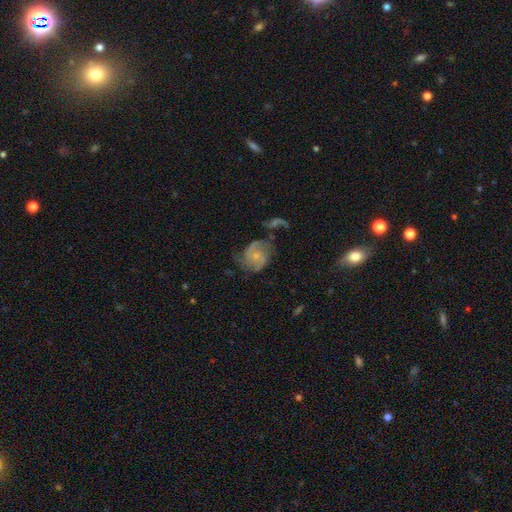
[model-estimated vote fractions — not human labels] A featured or disk galaxy (74%) with no bar (73%), 2 (50%) medium (46%) spiral arms (91%) and a small central bulge (70%).

Vote fractions:
- Smooth or featured? featured or disk: 74% / smooth: 18% / star or artifact: 7%
- Edge-on disk? no: 98% / yes: 2%
- Bar? no: 73% / weak: 23% / strong: 4%
- Spiral arms? yes: 91% / no: 9%
- Spiral winding? medium: 46% / loose: 30% / tight: 25%
- Spiral arm count? 2: 50% / 3: 20% / can't tell: 16% / 1: 5% / 4: 5% / more than 4: 4%
- Bulge size? small: 70% / moderate: 20% / none: 8% / large: 2% / dominant: 1%
- Merging? none: 48% / minor disturbance: 24% / major disturbance: 20% / merger: 9%